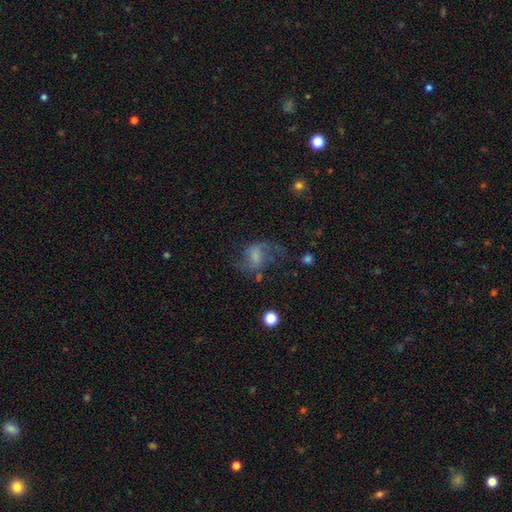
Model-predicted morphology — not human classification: smooth_or_featured: featured or disk (p=0.59) [alt: smooth p=0.30]
disk_edge_on: no (p=0.97) [alt: yes p=0.03]
bar: weak (p=0.45) [alt: no p=0.39]
has_spiral_arms: yes (p=0.84) [alt: no p=0.16]
bulge_size: none (p=0.34) [alt: small p=0.29]
merging: none (p=0.48) [alt: major disturbance p=0.27]